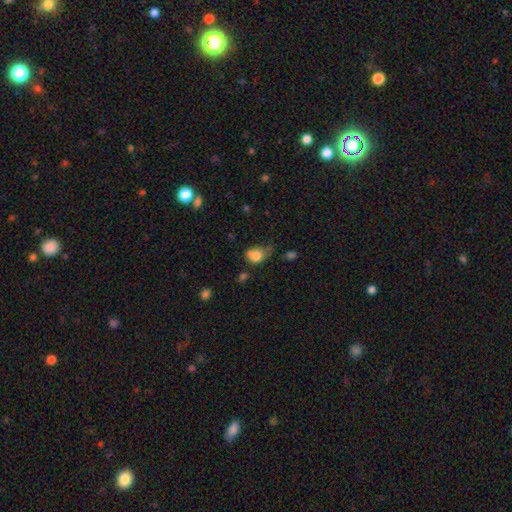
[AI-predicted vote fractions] Smooth or featured? smooth (80%)
How rounded? in between (58%)
Merging? minor disturbance (41%)